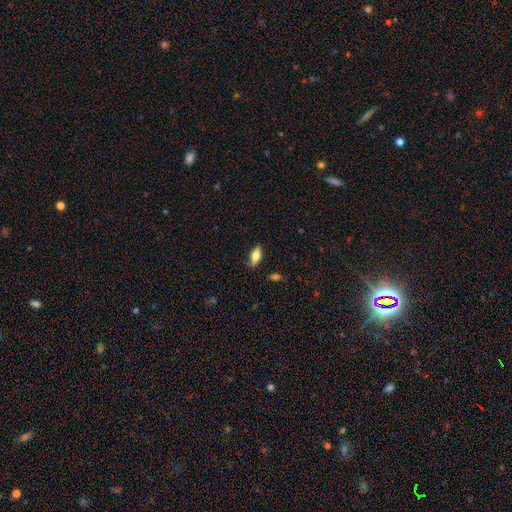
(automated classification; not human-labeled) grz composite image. It shows a smooth galaxy with no disk features (69%) that is in between round and cigar-shaped (78%). Merging: none (79%).